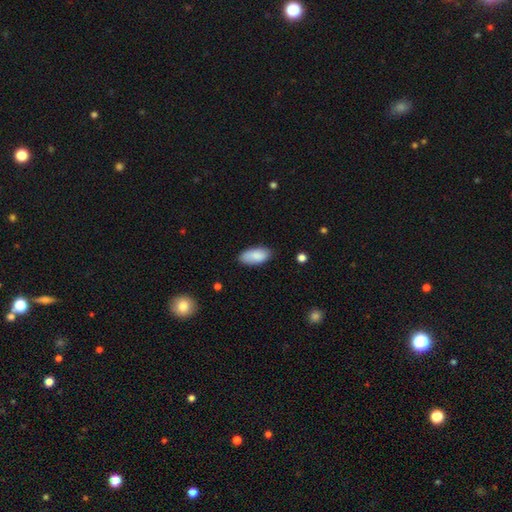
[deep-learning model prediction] Overall: smooth (87%). How rounded: in between (92%). Merging: none (81%).